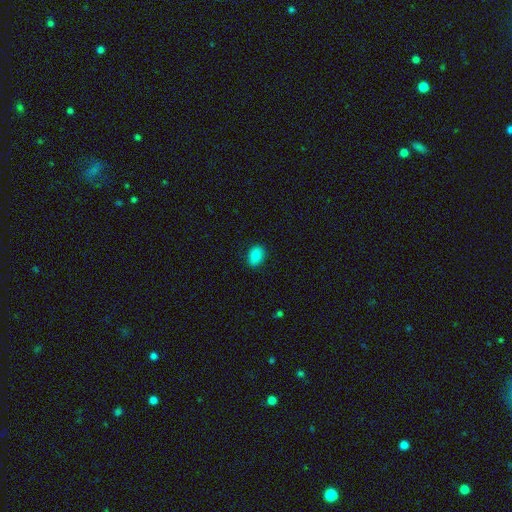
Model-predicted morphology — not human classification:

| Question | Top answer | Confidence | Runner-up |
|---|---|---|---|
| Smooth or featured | smooth | 83% | star or artifact (10%) |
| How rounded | in between | 74% | round (25%) |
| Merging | none | 88% | minor disturbance (9%) |